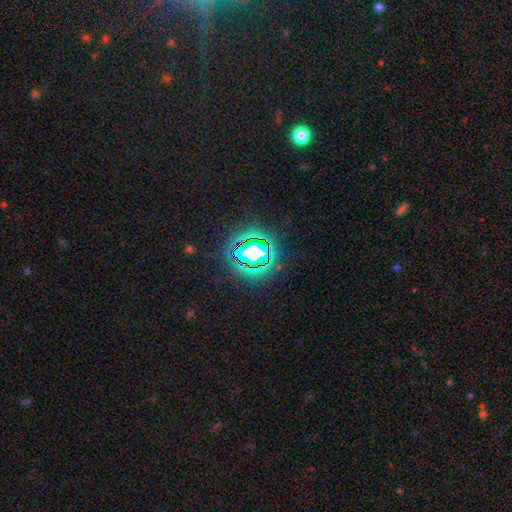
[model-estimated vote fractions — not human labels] The model was most divided on "smooth or featured": star or artifact: 78%, smooth: 14%, featured or disk: 9%.